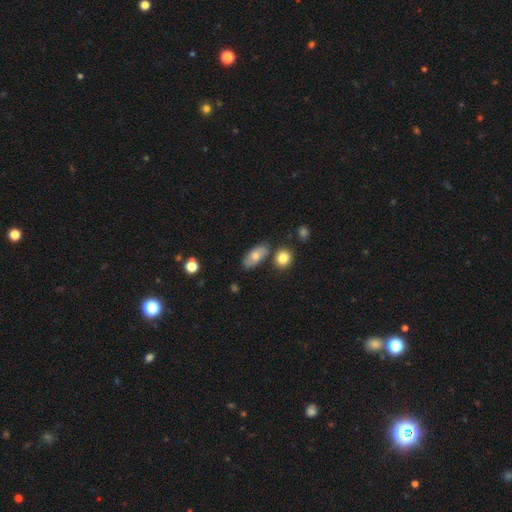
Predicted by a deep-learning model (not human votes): Q: Smooth or featured?
A: smooth (71%); runner-up: featured or disk (22%)
Q: How rounded?
A: in between (87%); runner-up: cigar-shaped (8%)
Q: Merging?
A: none (70%); runner-up: minor disturbance (16%)